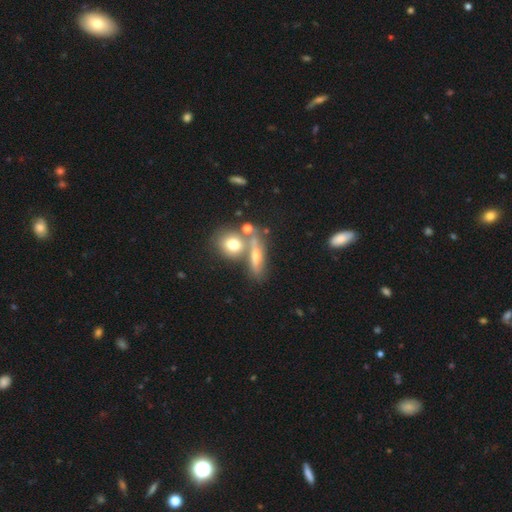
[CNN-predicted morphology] A smooth galaxy with no disk features (45%). Merging: none (52%).